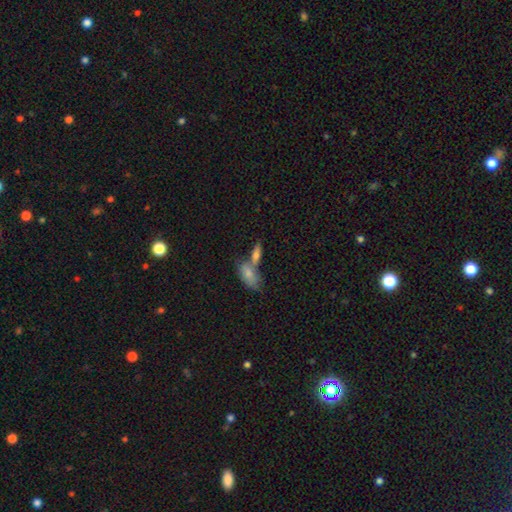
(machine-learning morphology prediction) smooth_or_featured: smooth (p=0.72) [alt: featured or disk p=0.19]
how_rounded: in between (p=0.69) [alt: cigar-shaped p=0.26]
merging: merger (p=0.46) [alt: none p=0.39]